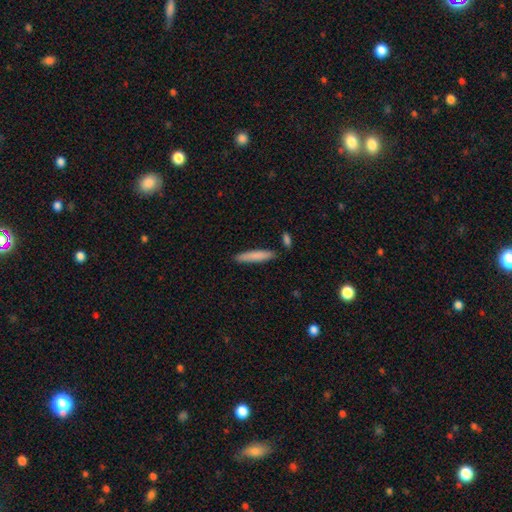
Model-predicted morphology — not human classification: Smooth or featured? Predicted: smooth (p=0.81). How rounded? Predicted: cigar-shaped (p=0.91). Merging? Predicted: none (p=0.85).